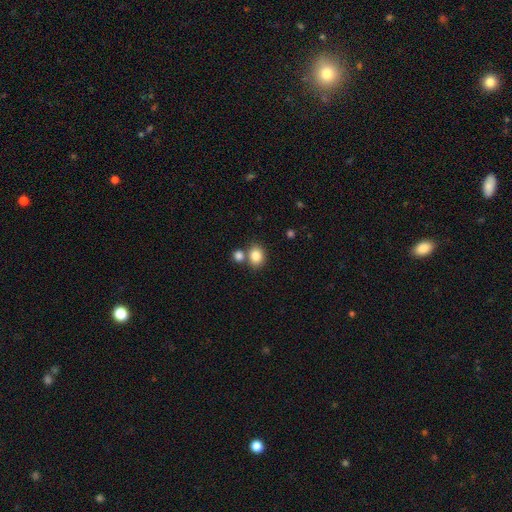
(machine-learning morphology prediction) Smooth or featured: smooth — 84% (star or artifact — 10%)
How rounded: round — 53% (in between — 46%)
Merging: none — 60% (merger — 27%)